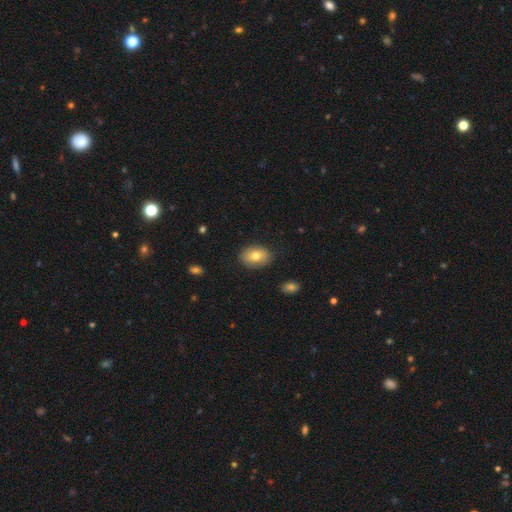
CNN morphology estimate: Overall: smooth (75%). How rounded: in between (77%). Merging: none (85%).